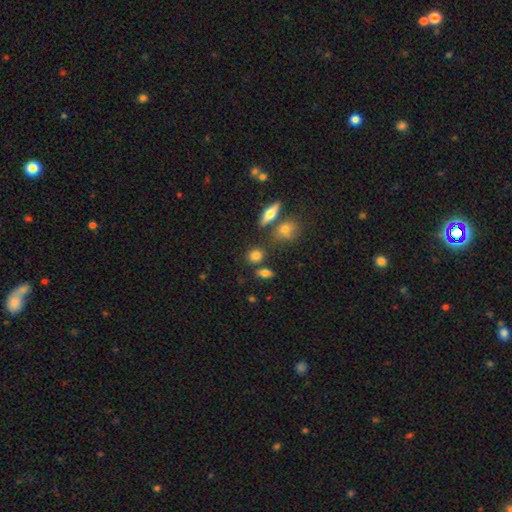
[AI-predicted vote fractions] This is clearly a smooth galaxy (80%). How rounded: possibly round (49%). Merging: likely none (73%).